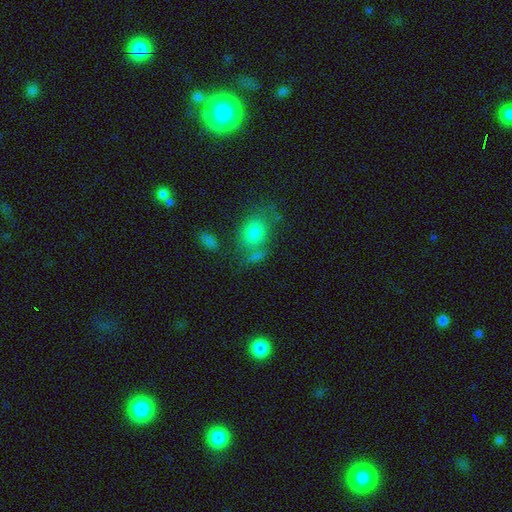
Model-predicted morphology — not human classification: Smooth or featured? Predicted: smooth (p=0.53). How rounded? Predicted: round (p=0.49). Merging? Predicted: none (p=0.58).